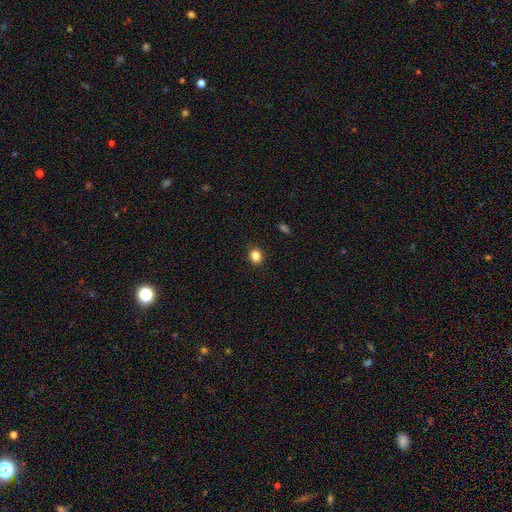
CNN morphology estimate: Overall: smooth (85%). How rounded: round (73%). Merging: none (90%).